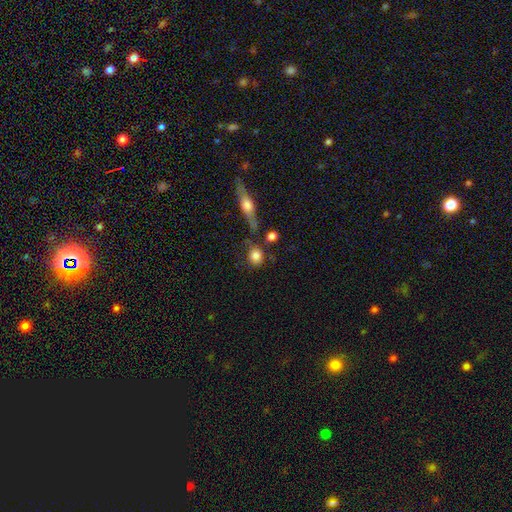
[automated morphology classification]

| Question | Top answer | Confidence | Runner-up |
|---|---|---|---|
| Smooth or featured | smooth | 79% | featured or disk (12%) |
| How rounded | round | 79% | in between (18%) |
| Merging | none | 63% | minor disturbance (16%) |